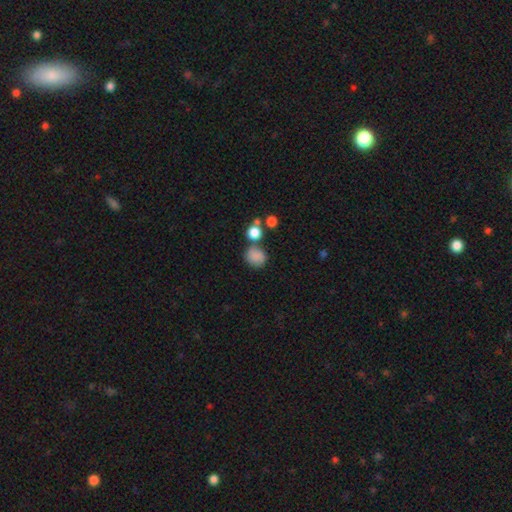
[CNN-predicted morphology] smooth_or_featured: smooth (p=0.82) [alt: star or artifact p=0.11]
how_rounded: round (p=0.75) [alt: in between p=0.24]
merging: none (p=0.60) [alt: merger p=0.18]